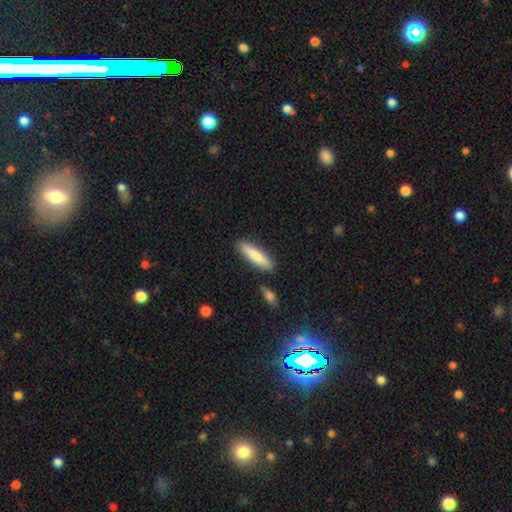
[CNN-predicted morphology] Smooth or featured: smooth — 79% (featured or disk — 16%)
How rounded: cigar-shaped — 71% (in between — 28%)
Merging: none — 85% (minor disturbance — 9%)